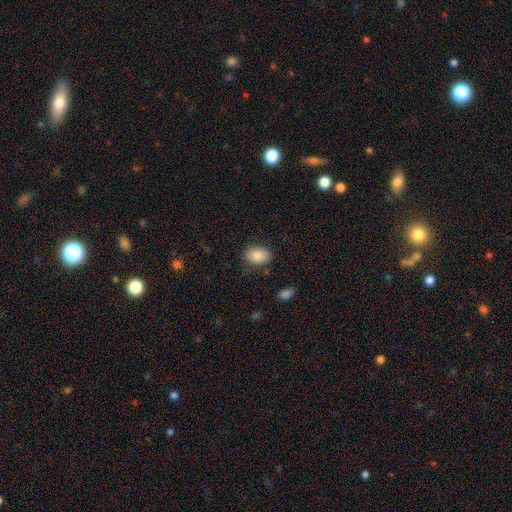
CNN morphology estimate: The model was most divided on "how rounded": in between: 79%, round: 20%, cigar-shaped: 1%. More confident: smooth or featured — smooth (86%); merging — none (80%).